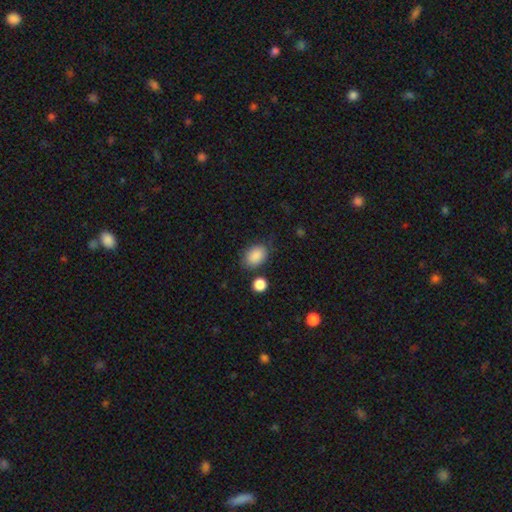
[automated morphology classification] Smooth or featured: smooth — 88% (star or artifact — 8%)
How rounded: in between — 78% (round — 21%)
Merging: none — 73% (minor disturbance — 16%)